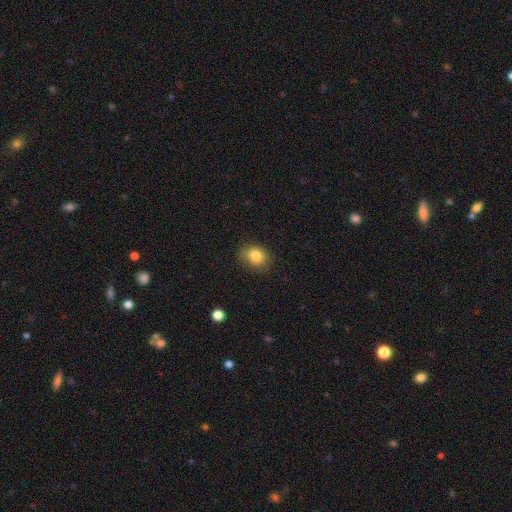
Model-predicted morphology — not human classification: This is clearly a smooth galaxy (83%). How rounded: possibly round (56%). Merging: clearly none (81%).